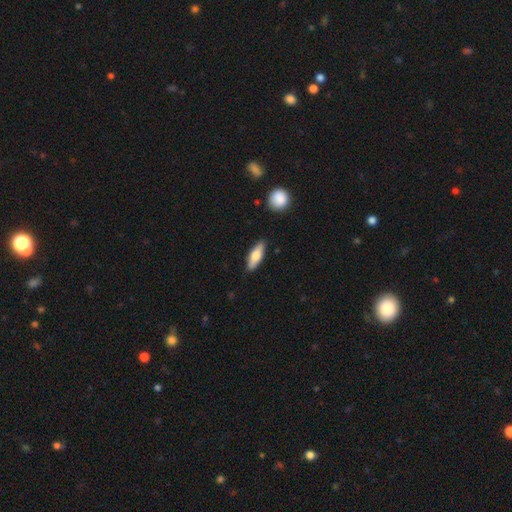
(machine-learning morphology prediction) The model was most divided on "how rounded": in between: 53%, cigar-shaped: 44%, round: 3%. More confident: merging — none (86%); smooth or featured — smooth (65%).